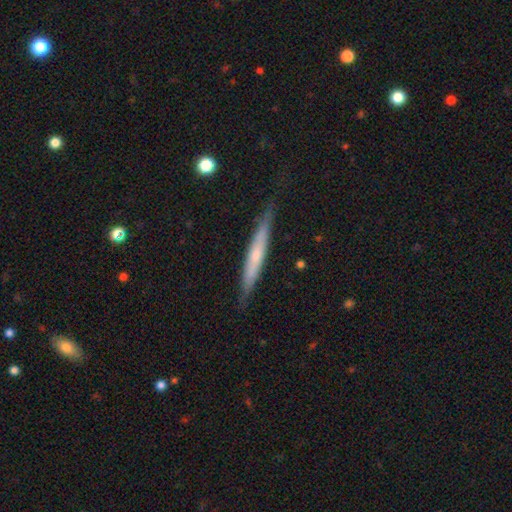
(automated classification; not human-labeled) This appears to be a featured or disk galaxy (49%). Merging: none (82%).